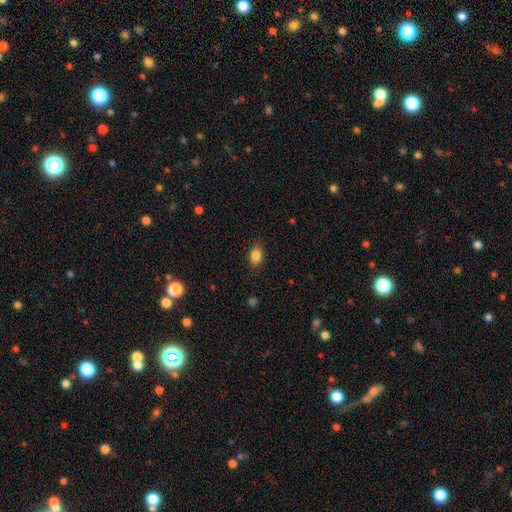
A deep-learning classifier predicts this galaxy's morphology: smooth 86%, star or artifact 9%, featured or disk 5%. Down the decision tree: how rounded — in between (82%); merging — none (84%).